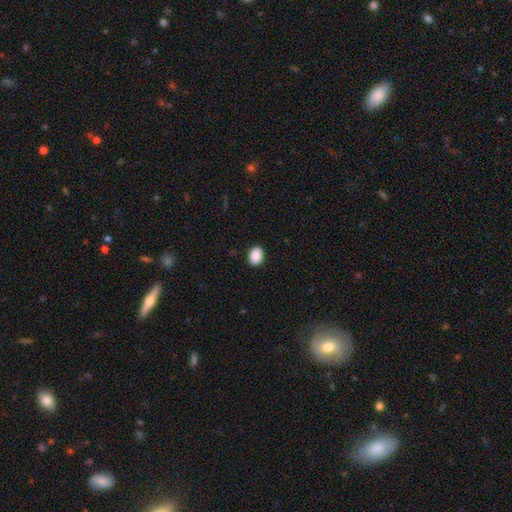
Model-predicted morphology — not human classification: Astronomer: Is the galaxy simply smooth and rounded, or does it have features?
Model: smooth — 90%.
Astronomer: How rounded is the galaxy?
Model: in between — 74%.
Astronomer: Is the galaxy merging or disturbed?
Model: none — 89%.